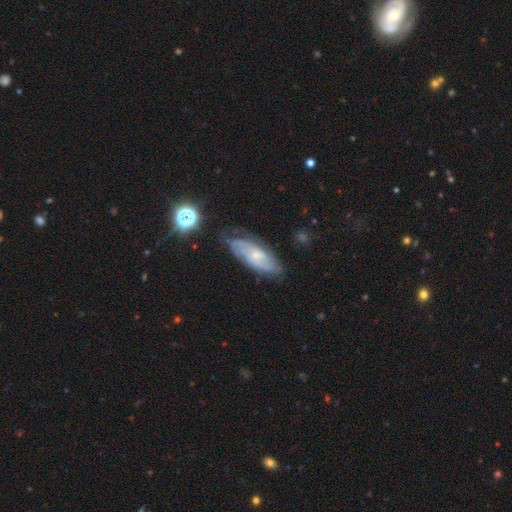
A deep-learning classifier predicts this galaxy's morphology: smooth_or_featured: featured or disk (p=0.68) [alt: smooth p=0.24]
disk_edge_on: no (p=0.88) [alt: yes p=0.12]
bar: no (p=0.67) [alt: weak p=0.29]
has_spiral_arms: yes (p=0.89) [alt: no p=0.11]
spiral_winding: tight (p=0.52) [alt: medium p=0.37]
spiral_arm_count: can't tell (p=0.49) [alt: 2 p=0.24]
bulge_size: small (p=0.61) [alt: moderate p=0.28]
merging: none (p=0.65) [alt: minor disturbance p=0.24]